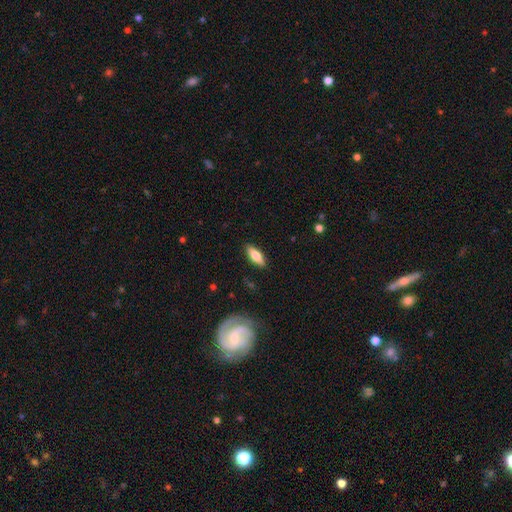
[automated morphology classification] Q: Smooth or featured?
A: smooth (67%); runner-up: featured or disk (27%)
Q: How rounded?
A: in between (65%); runner-up: cigar-shaped (33%)
Q: Merging?
A: none (88%); runner-up: minor disturbance (9%)